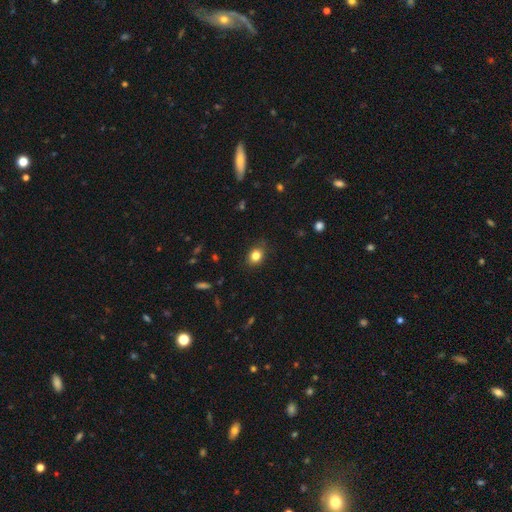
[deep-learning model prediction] Overall: smooth (83%). How rounded: round (52%; in between 47%). Merging: none (83%).